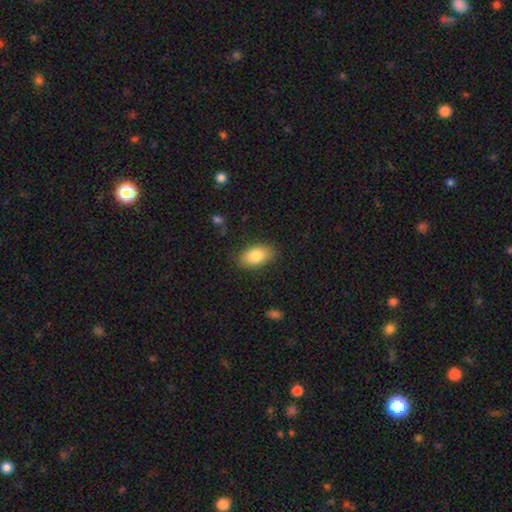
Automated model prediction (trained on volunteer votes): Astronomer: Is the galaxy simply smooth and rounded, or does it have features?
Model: smooth — 83%.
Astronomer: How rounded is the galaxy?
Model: in between — 92%.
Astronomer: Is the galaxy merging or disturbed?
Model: none — 84%.